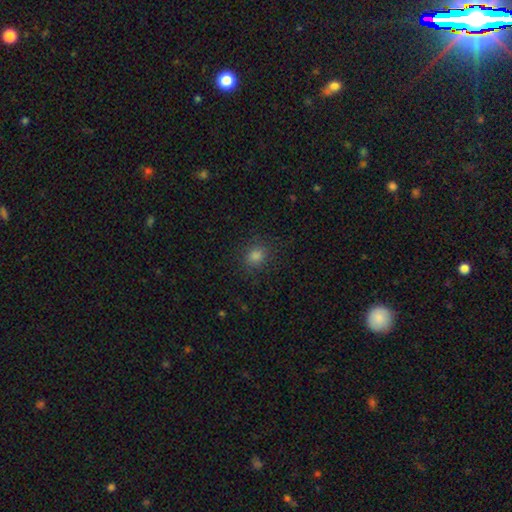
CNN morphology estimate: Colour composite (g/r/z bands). It shows a smooth galaxy with no disk features (80%) that is round (71%). Merging: none (87%).